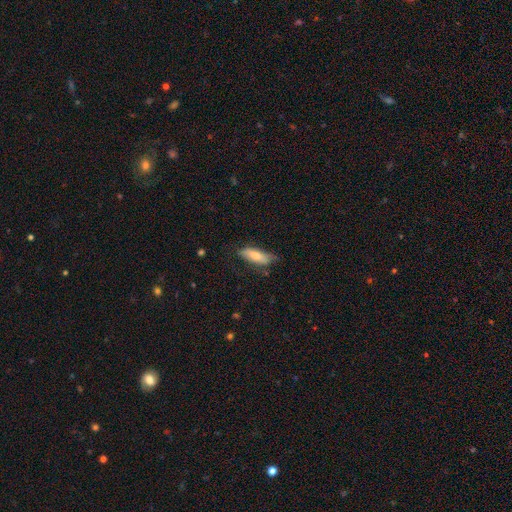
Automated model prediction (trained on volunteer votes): smooth_or_featured: smooth (p=0.70) [alt: featured or disk p=0.23]
how_rounded: in between (p=0.64) [alt: cigar-shaped p=0.34]
merging: none (p=0.66) [alt: minor disturbance p=0.26]